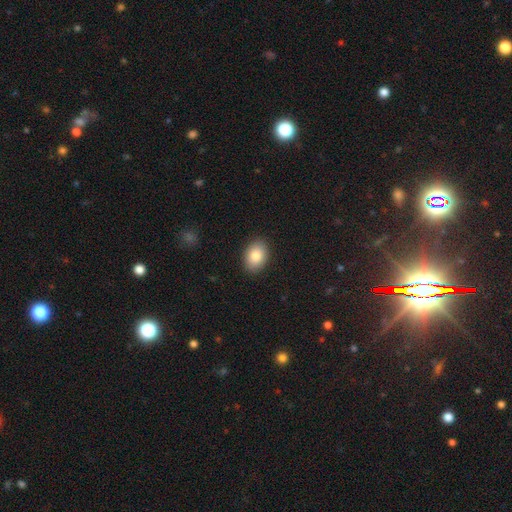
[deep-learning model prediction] Smooth or featured: smooth — 84% (featured or disk — 9%)
How rounded: in between — 79% (round — 20%)
Merging: none — 89% (minor disturbance — 8%)